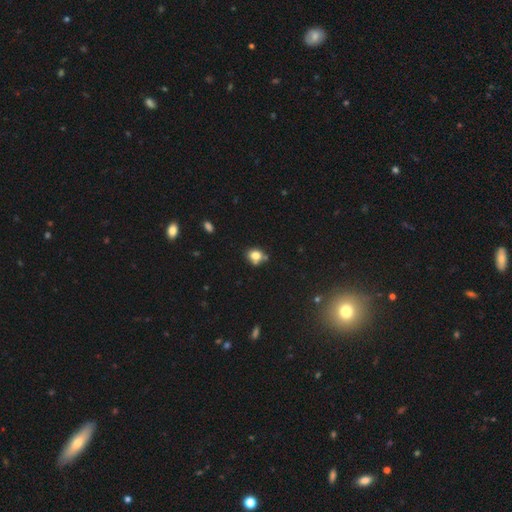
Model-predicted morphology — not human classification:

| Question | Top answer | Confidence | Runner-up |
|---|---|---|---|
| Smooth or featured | smooth | 77% | star or artifact (13%) |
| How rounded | round | 66% | in between (33%) |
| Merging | none | 61% | minor disturbance (19%) |